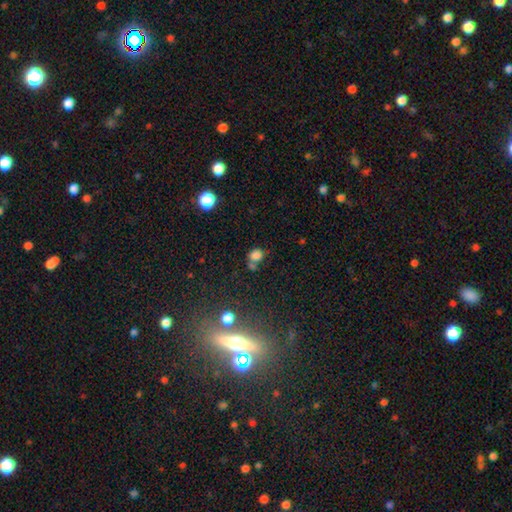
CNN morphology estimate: This is likely a smooth galaxy (78%). How rounded: likely round (67%). Merging: possibly none (50%).